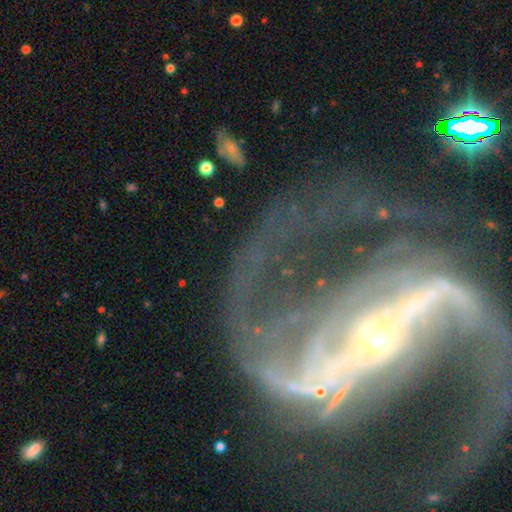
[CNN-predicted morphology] This appears to be a featured or disk galaxy (84%) with a strong bar (48%), 2 (41%) medium (38%) spiral arms (86%) and a small central bulge (55%). Merging: none (43%).